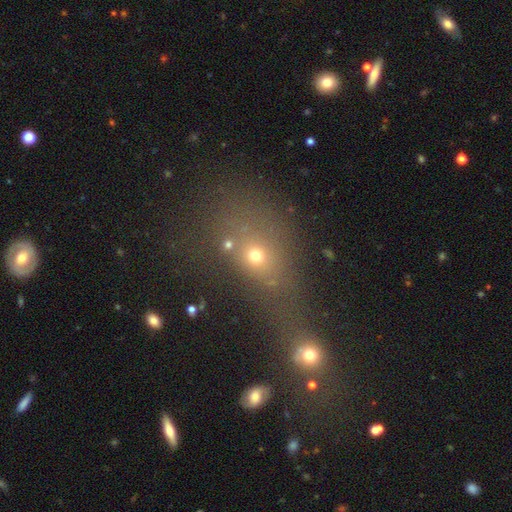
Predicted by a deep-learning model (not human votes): A smooth galaxy with no disk features (56%) that is round (51%). Merging: merger (53%).